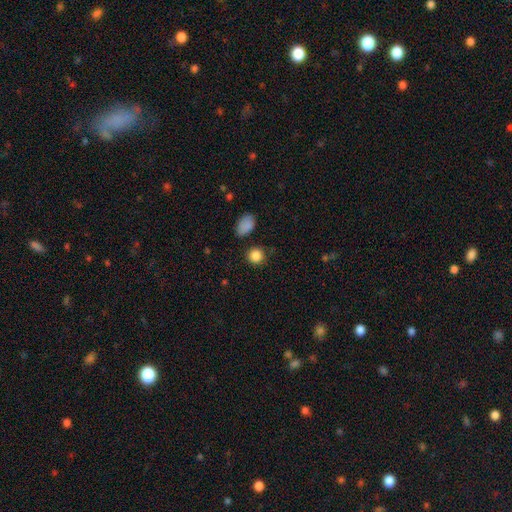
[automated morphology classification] Overall: smooth (86%). How rounded: round (87%). Merging: none (82%).